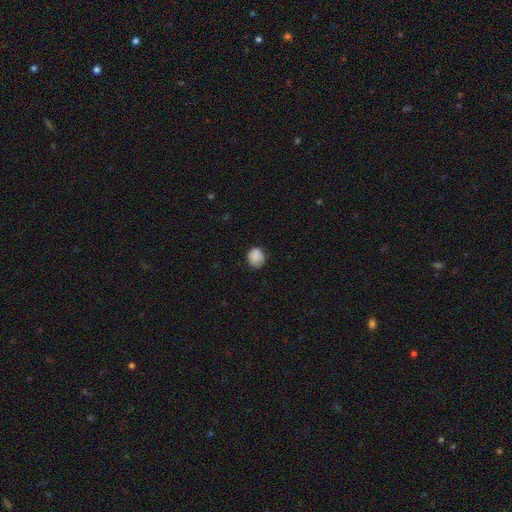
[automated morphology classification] A smooth galaxy with no disk features (86%) that is round (73%). Merging: none (73%).